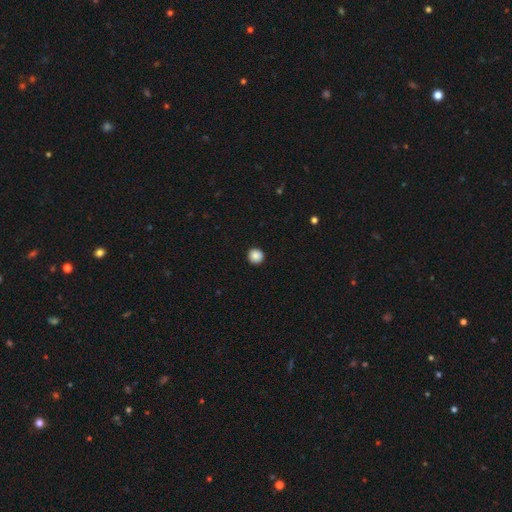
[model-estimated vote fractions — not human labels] smooth-or-featured: smooth: 88% | star or artifact: 9% | featured or disk: 3%
  how-rounded: round: 94% | in between: 5% | cigar-shaped: 1%
  merging: none: 93% | minor disturbance: 5% | major disturbance: 1% | merger: 1%